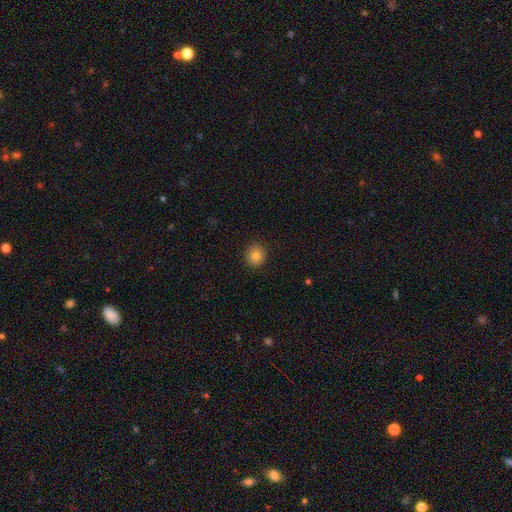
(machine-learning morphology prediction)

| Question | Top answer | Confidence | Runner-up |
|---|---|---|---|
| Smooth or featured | smooth | 81% | star or artifact (11%) |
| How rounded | round | 86% | in between (13%) |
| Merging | none | 90% | minor disturbance (7%) |